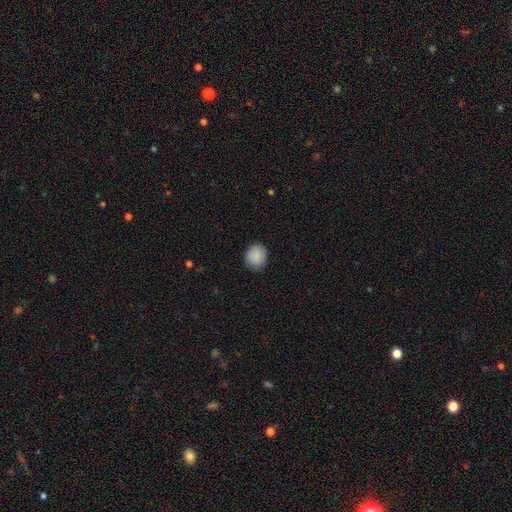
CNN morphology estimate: Overall: smooth (88%). How rounded: round (82%). Merging: none (86%).